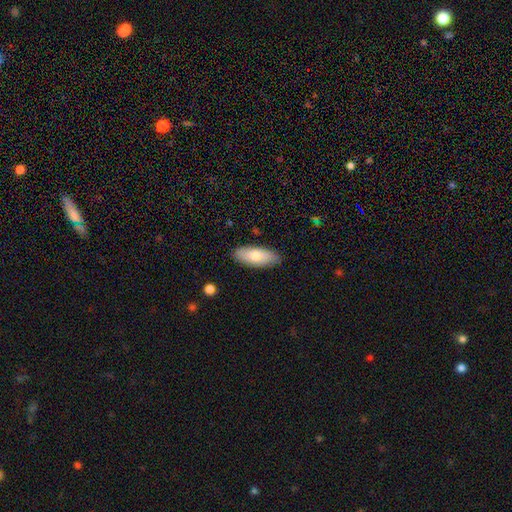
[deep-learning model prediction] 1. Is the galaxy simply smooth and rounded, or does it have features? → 75% smooth, 19% featured or disk, 6% star or artifact.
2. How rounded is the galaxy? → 78% in between, 20% cigar-shaped, 2% round.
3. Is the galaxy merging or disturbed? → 86% none, 11% minor disturbance, 2% major disturbance, 1% merger.